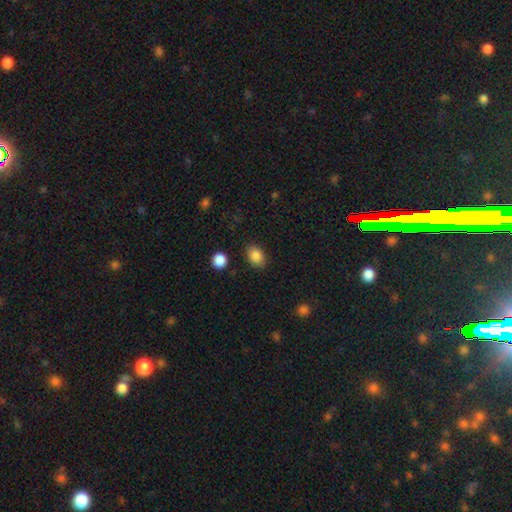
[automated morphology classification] The model was most divided on "how rounded": in between: 74%, round: 25%, cigar-shaped: 1%. More confident: smooth or featured — smooth (86%); merging — none (84%).